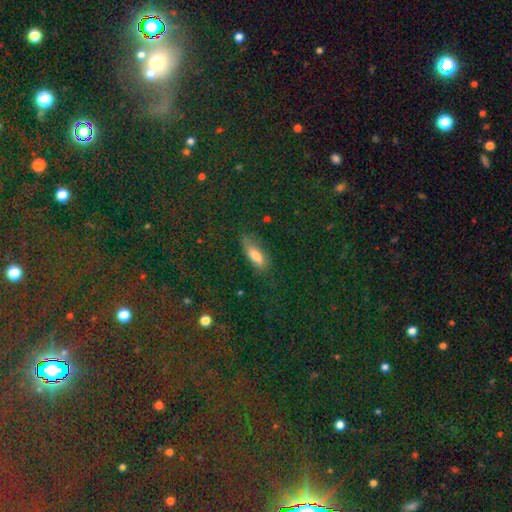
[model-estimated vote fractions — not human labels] smooth-or-featured: smooth: 71% | star or artifact: 15% | featured or disk: 15%
  how-rounded: in between: 62% | cigar-shaped: 34% | round: 5%
  merging: none: 71% | minor disturbance: 19% | major disturbance: 7% | merger: 3%